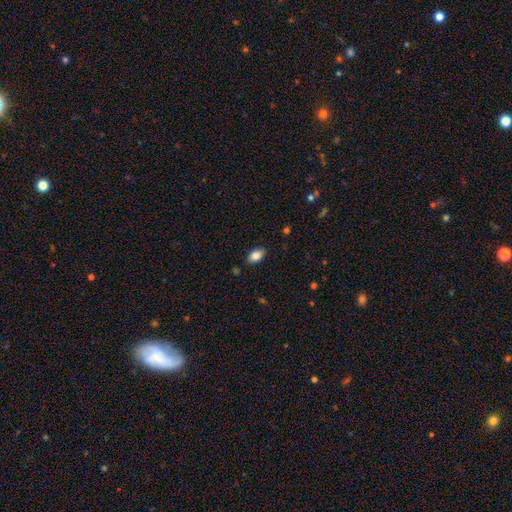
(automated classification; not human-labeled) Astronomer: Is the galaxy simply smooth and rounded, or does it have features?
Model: smooth — 85%.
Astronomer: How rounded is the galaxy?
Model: in between — 92%.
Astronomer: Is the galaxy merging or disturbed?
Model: none — 87%.